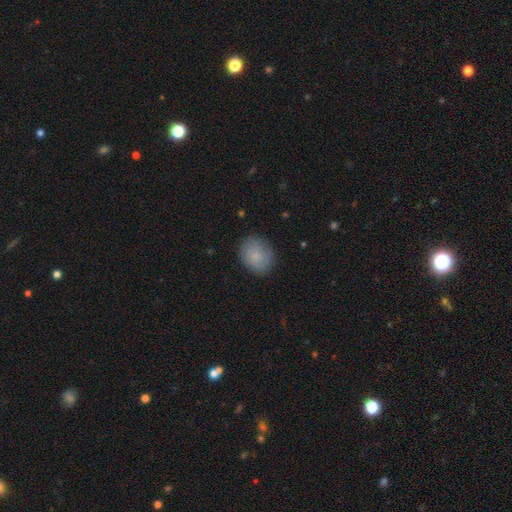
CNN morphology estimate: This appears to be a smooth galaxy with no disk features (83%) that is round (50%). Merging: none (83%).